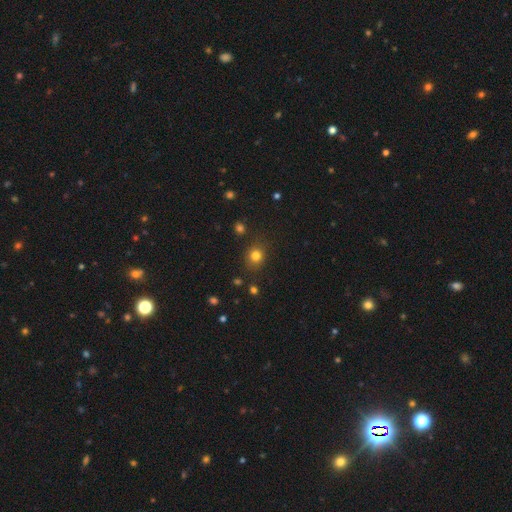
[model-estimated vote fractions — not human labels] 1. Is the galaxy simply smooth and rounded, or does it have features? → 79% smooth, 15% star or artifact, 6% featured or disk.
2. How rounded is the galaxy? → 79% round, 20% in between, 1% cigar-shaped.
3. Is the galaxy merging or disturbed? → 84% none, 10% minor disturbance, 3% major disturbance, 2% merger.